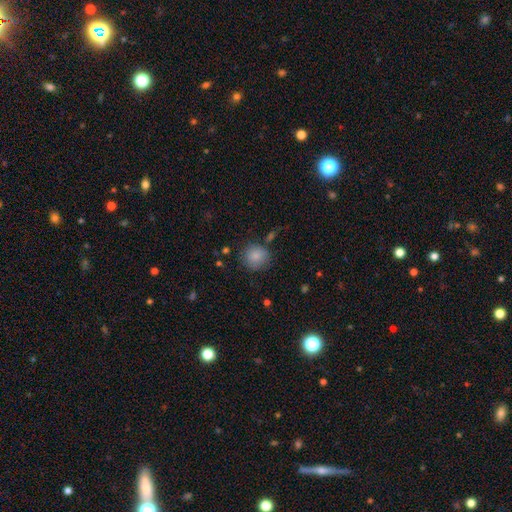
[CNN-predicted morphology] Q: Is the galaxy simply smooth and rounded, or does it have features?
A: smooth — 86%.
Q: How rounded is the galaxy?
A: round — 88%.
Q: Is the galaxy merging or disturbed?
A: none — 79%.